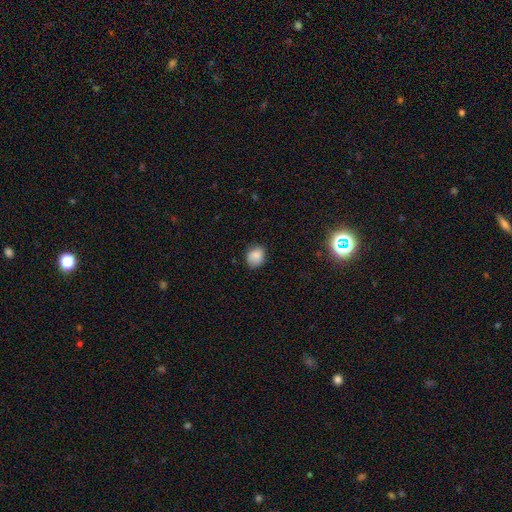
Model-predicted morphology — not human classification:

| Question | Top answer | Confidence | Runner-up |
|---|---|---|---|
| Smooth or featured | smooth | 85% | star or artifact (9%) |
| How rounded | round | 56% | in between (43%) |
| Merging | none | 77% | minor disturbance (19%) |